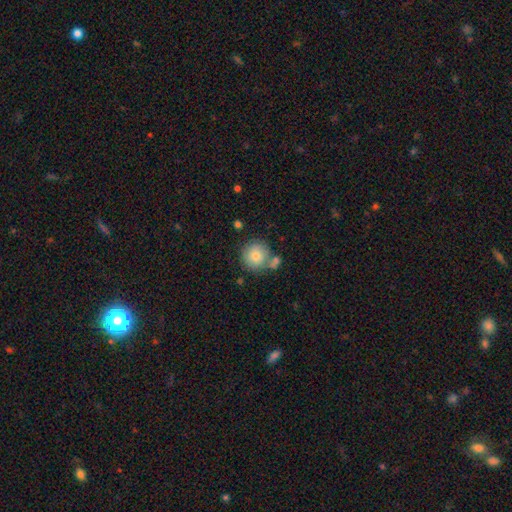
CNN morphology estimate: The model was most divided on "merging": none: 65%, merger: 18%, minor disturbance: 14%, major disturbance: 4%. More confident: how rounded — round (92%); smooth or featured — smooth (78%).